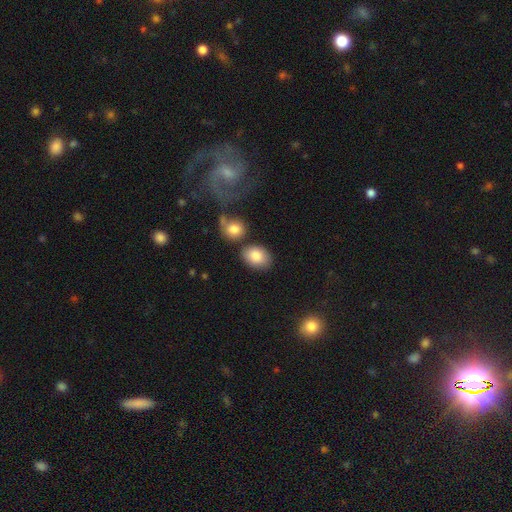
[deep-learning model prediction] Smooth or featured? Predicted: smooth (p=0.85). How rounded? Predicted: in between (p=0.73). Merging? Predicted: none (p=0.70).